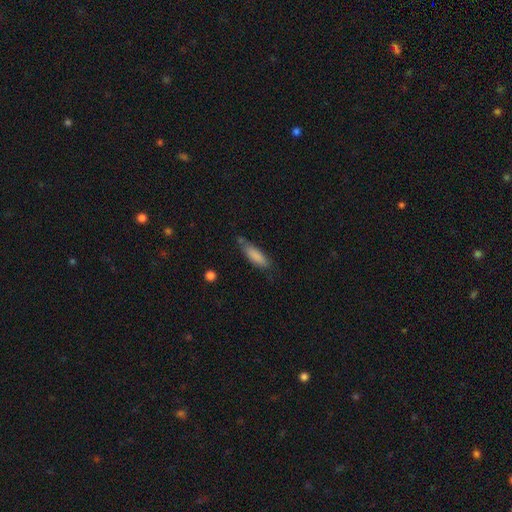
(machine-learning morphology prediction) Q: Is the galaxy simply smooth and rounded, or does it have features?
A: smooth — 85%.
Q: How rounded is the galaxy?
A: cigar-shaped — 50%.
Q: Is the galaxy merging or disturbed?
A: none — 64%.